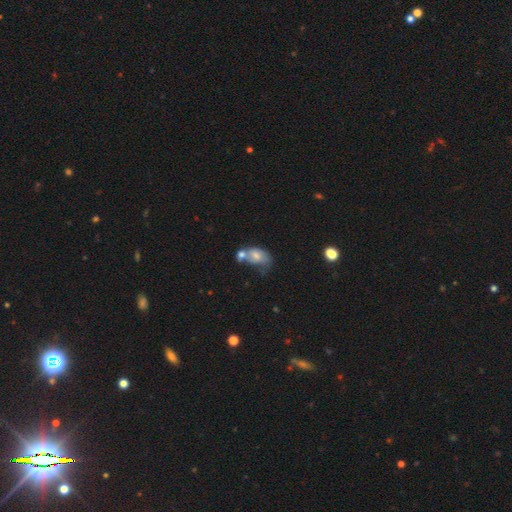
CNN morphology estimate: smooth 61%, featured or disk 30%, star or artifact 9%. Down the decision tree: how rounded — in between (86%); merging — merger (52%).